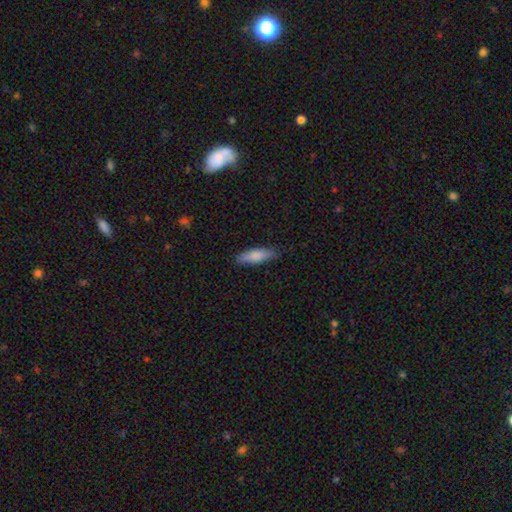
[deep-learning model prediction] smooth-or-featured: smooth: 80% | featured or disk: 15% | star or artifact: 6%
  how-rounded: cigar-shaped: 52% | in between: 46% | round: 2%
  merging: none: 81% | minor disturbance: 16% | major disturbance: 3% | merger: 1%